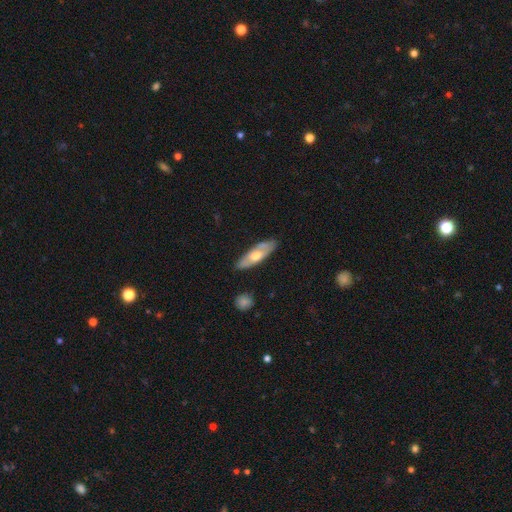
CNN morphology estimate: Smooth or featured: featured or disk — 49% (smooth — 46%)
Merging: none — 82% (minor disturbance — 14%)